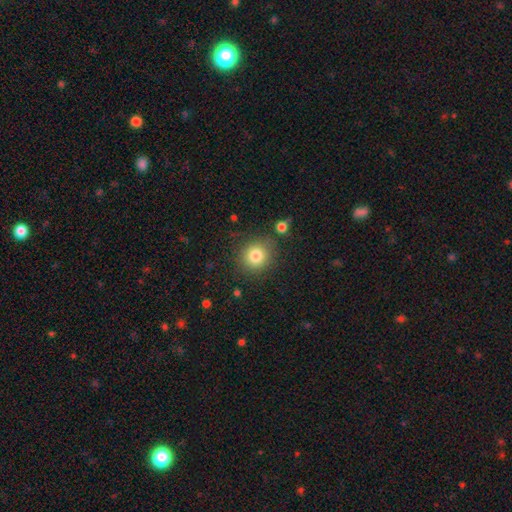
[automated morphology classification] Smooth or featured: smooth — 82% (star or artifact — 11%)
How rounded: round — 86% (in between — 13%)
Merging: none — 83% (minor disturbance — 10%)